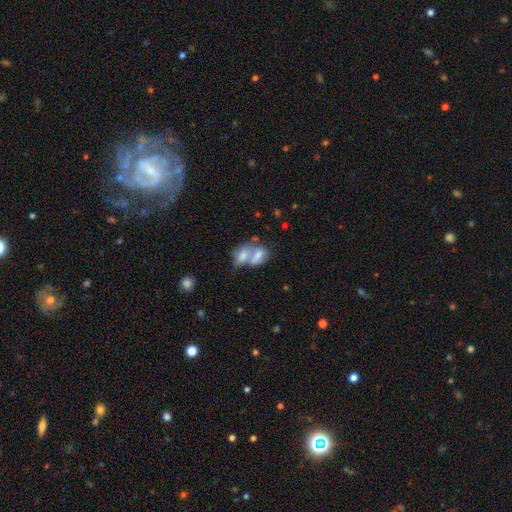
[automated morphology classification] smooth_or_featured: smooth (p=0.68) [alt: featured or disk p=0.23]
how_rounded: in between (p=0.81) [alt: round p=0.15]
merging: merger (p=0.74) [alt: none p=0.15]